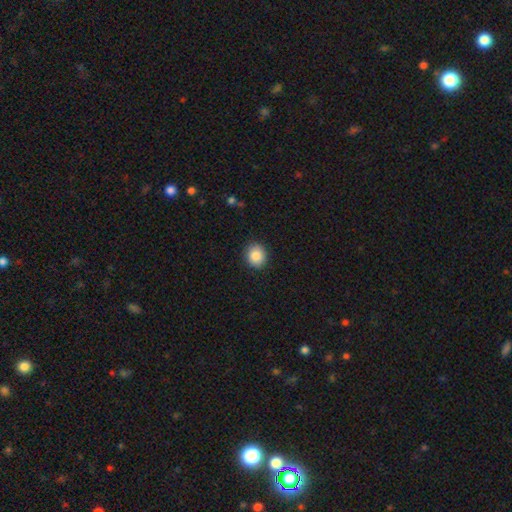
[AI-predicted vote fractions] This is clearly a smooth galaxy (87%). How rounded: likely round (79%). Merging: clearly none (89%).